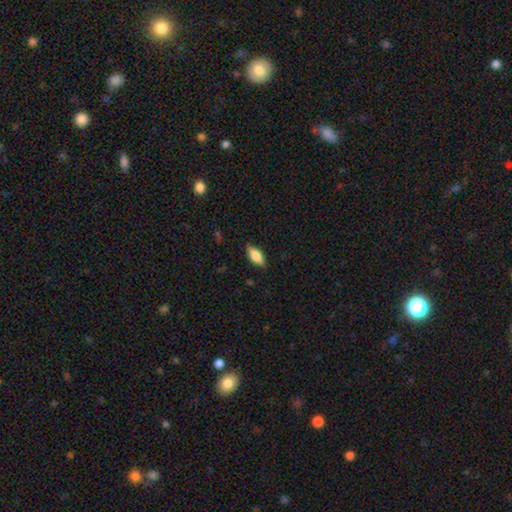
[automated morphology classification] The model was most divided on "smooth or featured": smooth: 79%, featured or disk: 14%, star or artifact: 7%. More confident: merging — none (84%); how rounded — in between (82%).